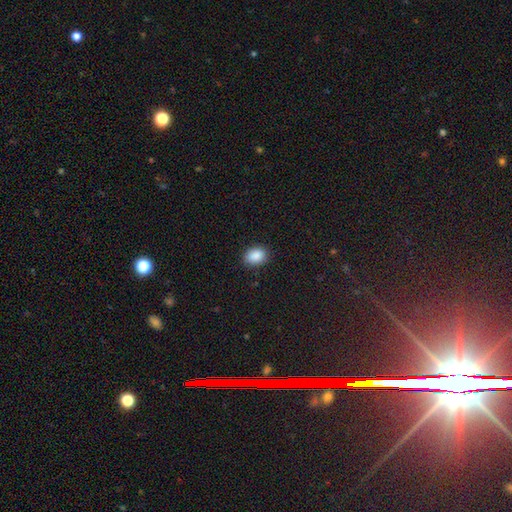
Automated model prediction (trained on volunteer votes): A smooth galaxy with no disk features (89%) that is in between round and cigar-shaped (73%).

Vote fractions:
- Smooth or featured? smooth: 89% / star or artifact: 8% / featured or disk: 3%
- How rounded? in between: 73% / round: 26% / cigar-shaped: 1%
- Merging? none: 86% / minor disturbance: 10% / major disturbance: 2% / merger: 1%